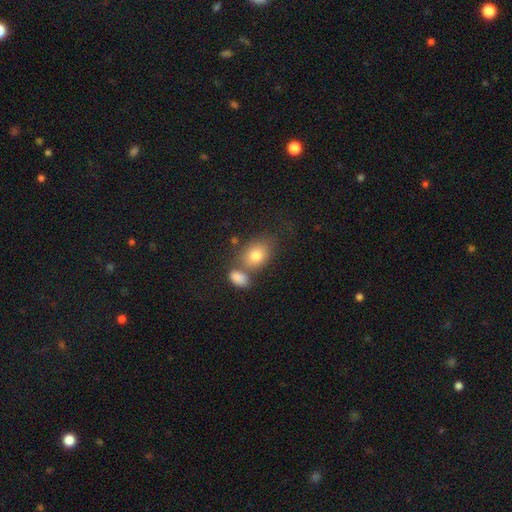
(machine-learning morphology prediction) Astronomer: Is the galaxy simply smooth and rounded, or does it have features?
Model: smooth — 78%.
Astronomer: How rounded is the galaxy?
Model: in between — 67%.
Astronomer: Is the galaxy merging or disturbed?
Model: none — 47% (runner-up: merger, 34%).